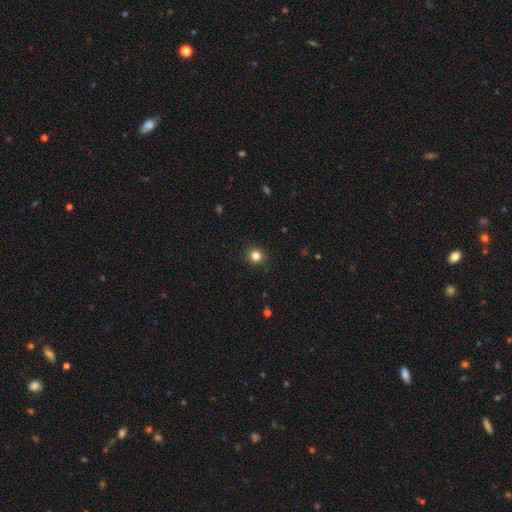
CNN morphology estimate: This is clearly a smooth galaxy (83%). How rounded: clearly round (88%). Merging: clearly none (92%).